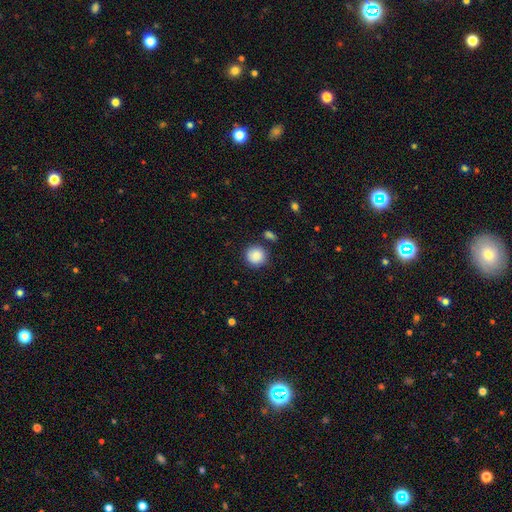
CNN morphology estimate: Smooth or featured? Predicted: smooth (p=0.89). How rounded? Predicted: round (p=0.92). Merging? Predicted: none (p=0.83).